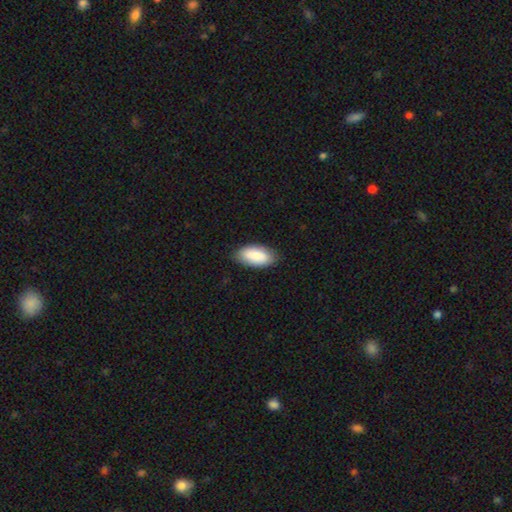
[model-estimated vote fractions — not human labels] smooth-or-featured: smooth: 86% | featured or disk: 8% | star or artifact: 6%
  how-rounded: in between: 94% | cigar-shaped: 4% | round: 2%
  merging: none: 83% | minor disturbance: 14% | major disturbance: 2% | merger: 1%